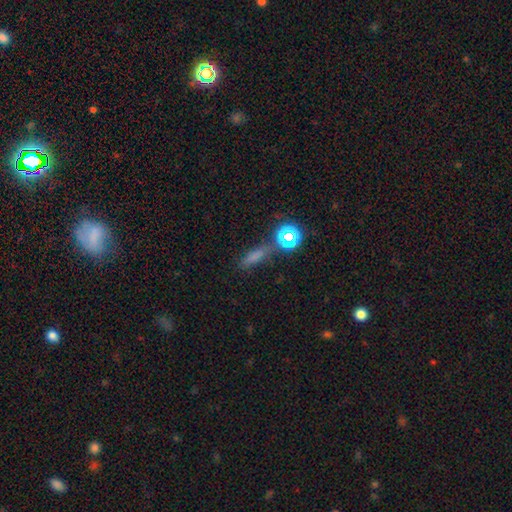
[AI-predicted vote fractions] Morphology: type=smooth (62%); roundness=cigar-shaped (63%); merging=none (70%).